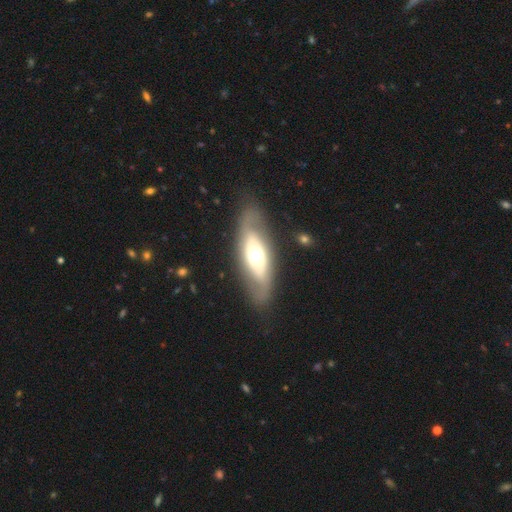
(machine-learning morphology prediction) A featured or disk galaxy (62%).

Vote fractions:
- Smooth or featured? featured or disk: 62% / smooth: 33% / star or artifact: 5%
- Edge-on disk? no: 77% / yes: 23%
- Merging? none: 78% / minor disturbance: 13% / major disturbance: 7% / merger: 2%